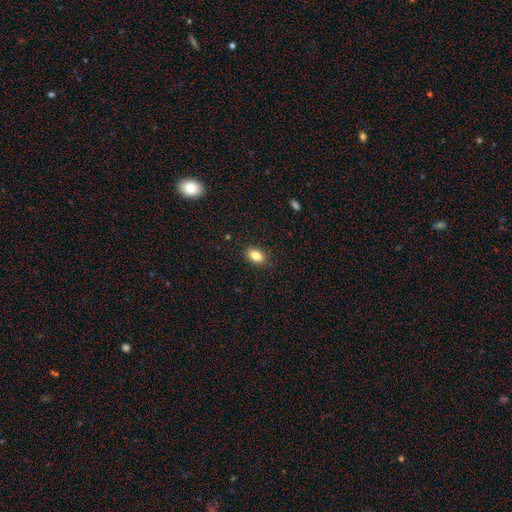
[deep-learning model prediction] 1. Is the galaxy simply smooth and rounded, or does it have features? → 84% smooth, 9% star or artifact, 7% featured or disk.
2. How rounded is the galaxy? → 88% in between, 9% round, 3% cigar-shaped.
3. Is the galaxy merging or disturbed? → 88% none, 9% minor disturbance, 2% major disturbance, 1% merger.